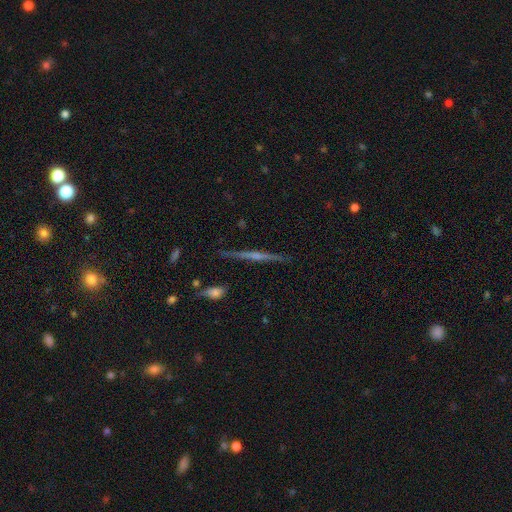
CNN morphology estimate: Q: Smooth or featured?
A: featured or disk (67%); runner-up: smooth (18%)
Q: Edge-on disk?
A: yes (94%); runner-up: no (6%)
Q: Edge-on bulge?
A: rounded (74%); runner-up: none (16%)
Q: Merging?
A: none (85%); runner-up: minor disturbance (9%)